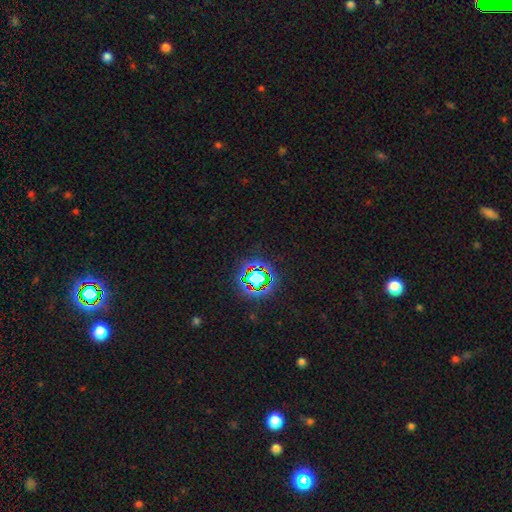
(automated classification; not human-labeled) smooth-or-featured: star or artifact: 78% | smooth: 14% | featured or disk: 9%